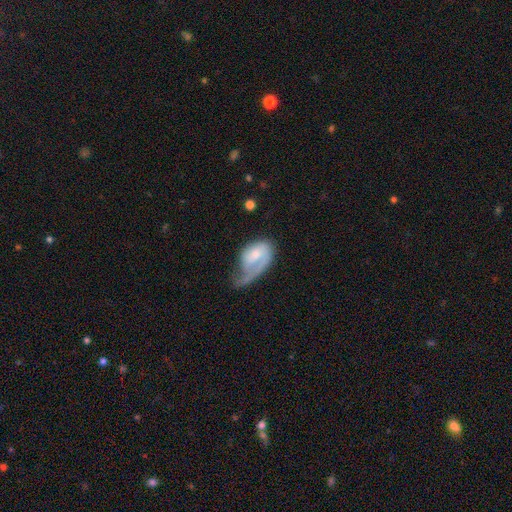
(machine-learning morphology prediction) A featured or disk galaxy (54%) with no bar (63%), spiral arms (75%) and a moderate central bulge (35%, tied with small).

Vote fractions:
- Smooth or featured? featured or disk: 54% / smooth: 41% / star or artifact: 6%
- Edge-on disk? no: 96% / yes: 4%
- Bar? no: 63% / weak: 31% / strong: 7%
- Spiral arms? yes: 75% / no: 25%
- Bulge size? moderate: 35% (tied) / small: 35% (tied) / none: 17% / large: 10% / dominant: 3%
- Merging? major disturbance: 53% / minor disturbance: 21% / none: 21% / merger: 4%